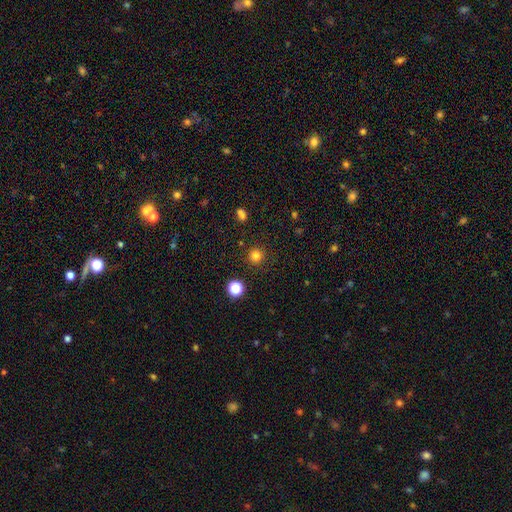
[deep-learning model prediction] smooth 80%, star or artifact 15%, featured or disk 5%. Down the decision tree: how rounded — round (95%); merging — none (90%).